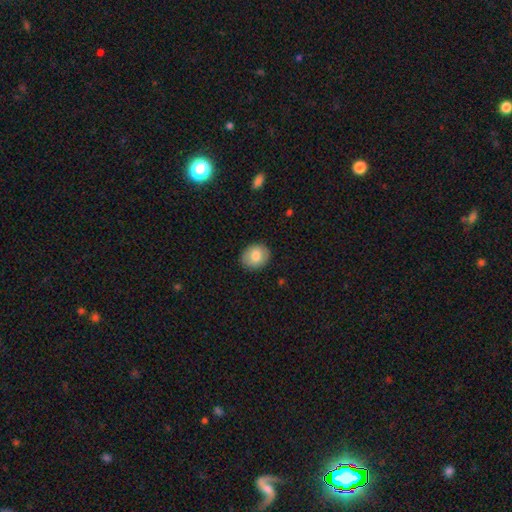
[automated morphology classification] Smooth or featured?
  - smooth: 81% *
  - featured or disk: 11%
  - star or artifact: 7%
How rounded?
  - round: 61% *
  - in between: 38%
  - cigar-shaped: 1%
Merging?
  - none: 89% *
  - minor disturbance: 8%
  - major disturbance: 2%
  - merger: 1%